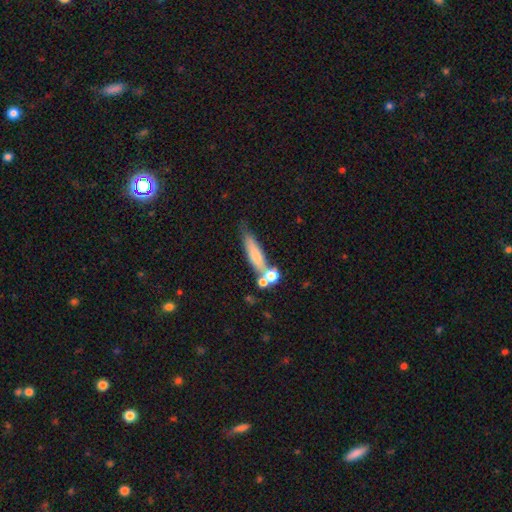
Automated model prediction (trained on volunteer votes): A smooth galaxy with no disk features (60%) that is cigar-shaped (74%). Merging: none (52%).